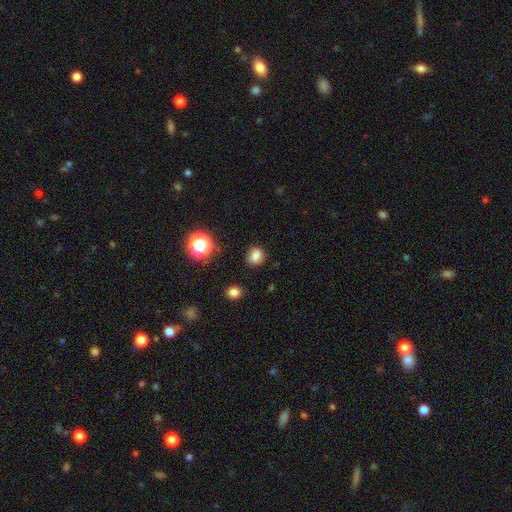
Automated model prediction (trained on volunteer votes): A smooth galaxy with no disk features (78%) that is round (64%).

Vote fractions:
- Smooth or featured? smooth: 78% / star or artifact: 15% / featured or disk: 7%
- How rounded? round: 64% / in between: 35% / cigar-shaped: 1%
- Merging? none: 77% / minor disturbance: 16% / major disturbance: 5% / merger: 3%